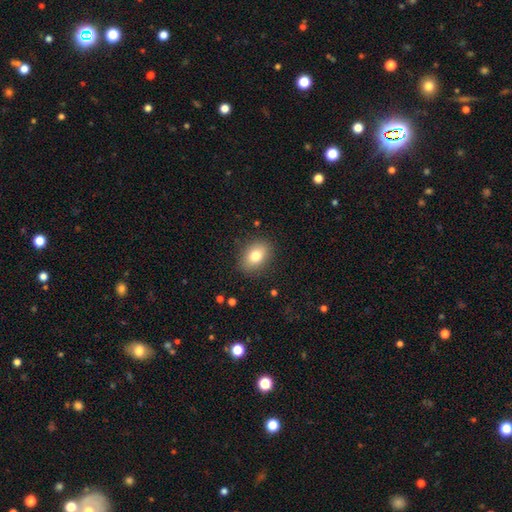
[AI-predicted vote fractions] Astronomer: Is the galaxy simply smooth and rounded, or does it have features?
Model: smooth — 79%.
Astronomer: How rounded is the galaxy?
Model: in between — 75%.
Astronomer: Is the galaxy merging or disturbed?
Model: none — 86%.